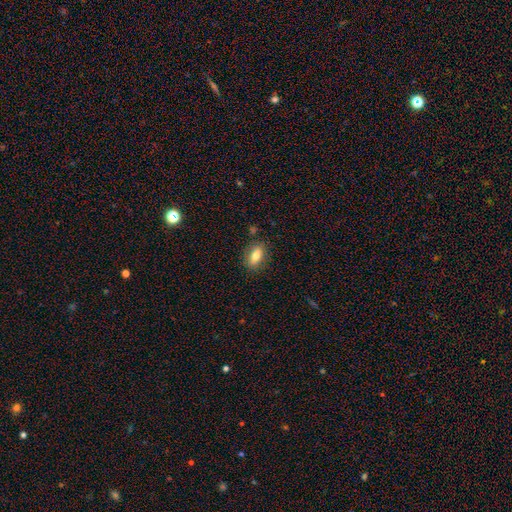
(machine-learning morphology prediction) Smooth or featured?
  - smooth: 73% *
  - featured or disk: 19%
  - star or artifact: 8%
How rounded?
  - in between: 80% *
  - cigar-shaped: 13%
  - round: 8%
Merging?
  - none: 84% *
  - minor disturbance: 11%
  - major disturbance: 3%
  - merger: 2%